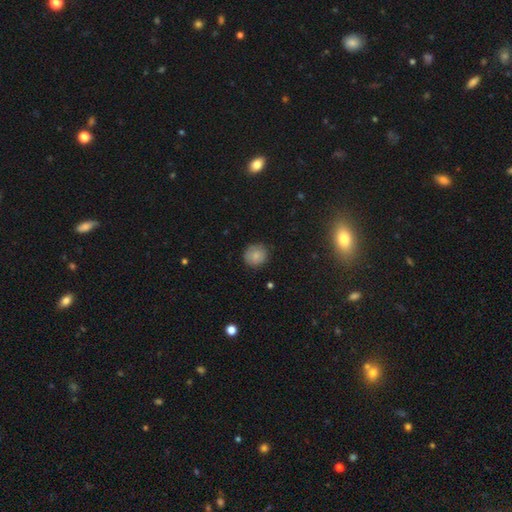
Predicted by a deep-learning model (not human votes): The model was most divided on "smooth or featured": smooth: 80%, featured or disk: 10%, star or artifact: 10%. More confident: how rounded — round (88%); merging — none (84%).